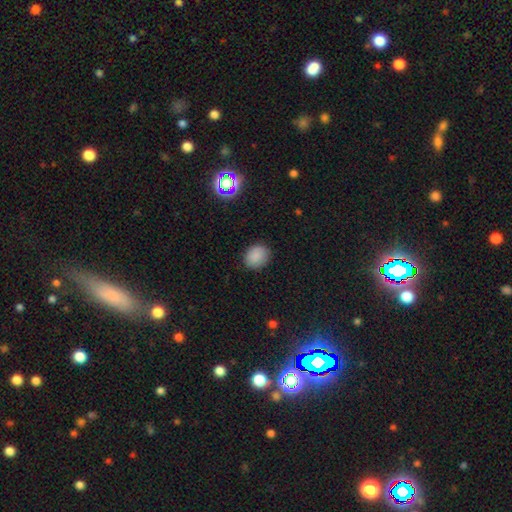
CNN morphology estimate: smooth 85%, star or artifact 10%, featured or disk 5%. Down the decision tree: how rounded — round (57%); merging — none (86%).